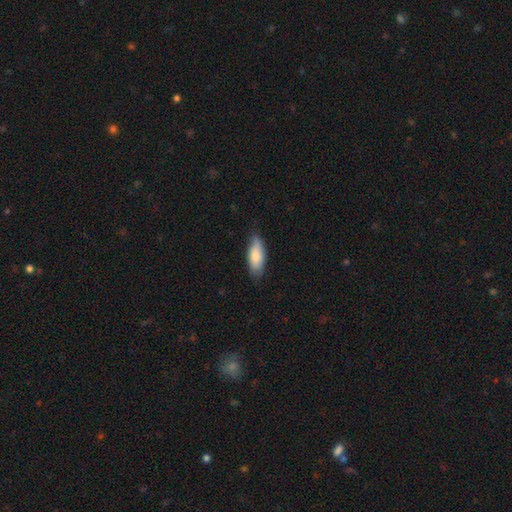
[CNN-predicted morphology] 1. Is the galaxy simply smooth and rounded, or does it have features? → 79% smooth, 16% featured or disk, 6% star or artifact.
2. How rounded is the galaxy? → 77% in between, 21% cigar-shaped, 2% round.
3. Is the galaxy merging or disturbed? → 73% none, 22% minor disturbance, 3% major disturbance, 1% merger.